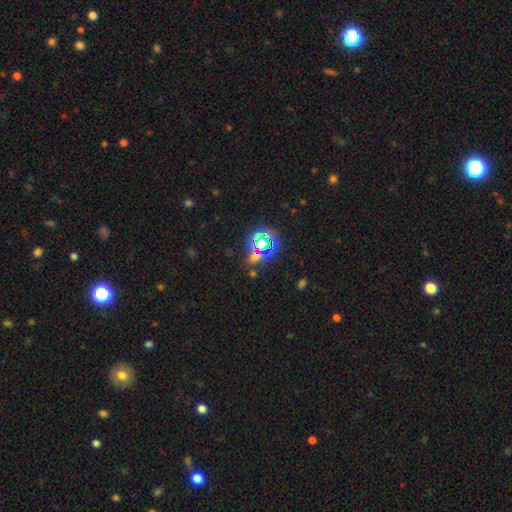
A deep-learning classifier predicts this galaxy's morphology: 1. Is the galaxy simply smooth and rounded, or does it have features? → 64% star or artifact, 26% smooth, 9% featured or disk.